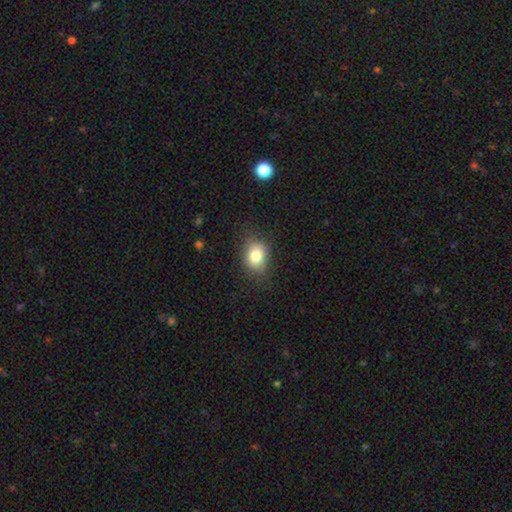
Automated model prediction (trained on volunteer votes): smooth-or-featured: smooth: 81% | star or artifact: 10% | featured or disk: 9%
  how-rounded: in between: 58% | round: 41% | cigar-shaped: 1%
  merging: none: 77% | minor disturbance: 17% | major disturbance: 5% | merger: 1%